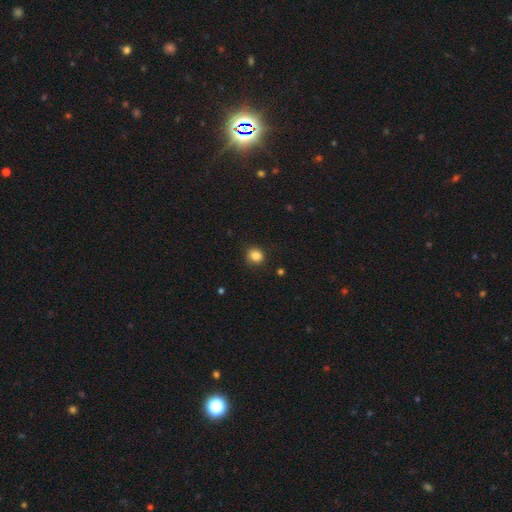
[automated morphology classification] smooth 85%, star or artifact 11%, featured or disk 4%. Down the decision tree: how rounded — round (81%); merging — none (88%).